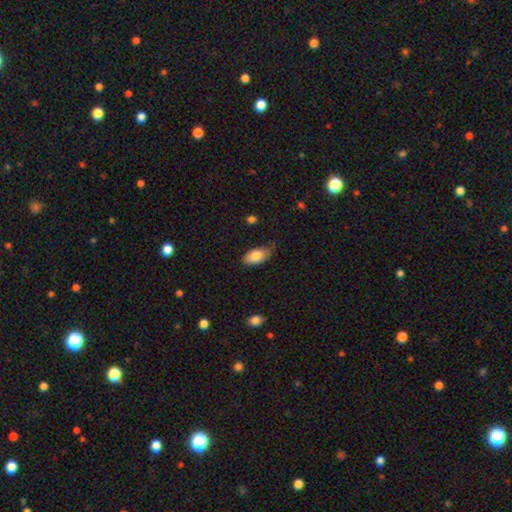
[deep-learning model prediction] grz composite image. It shows a smooth galaxy with no disk features (81%) that is in between round and cigar-shaped (94%). Merging: none (69%).